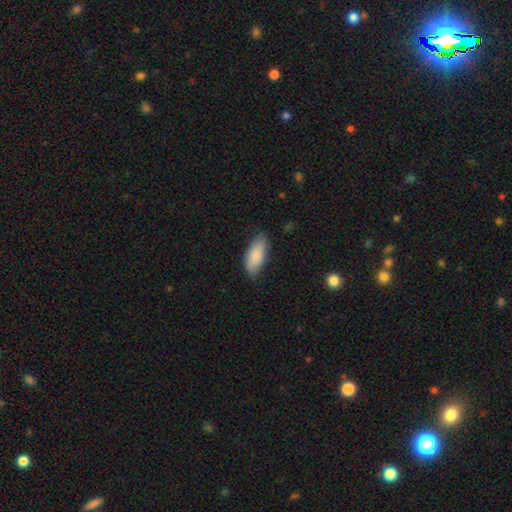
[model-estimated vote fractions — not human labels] Q: Smooth or featured?
A: smooth (86%); runner-up: featured or disk (9%)
Q: How rounded?
A: in between (86%); runner-up: cigar-shaped (13%)
Q: Merging?
A: none (76%); runner-up: minor disturbance (20%)